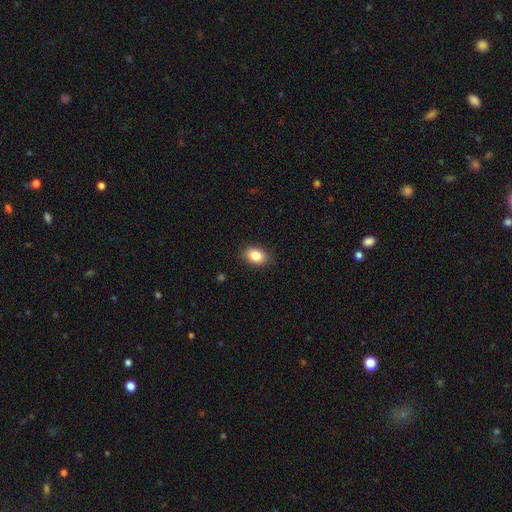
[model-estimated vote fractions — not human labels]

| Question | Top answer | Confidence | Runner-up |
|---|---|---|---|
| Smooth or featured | smooth | 85% | star or artifact (9%) |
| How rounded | in between | 77% | round (22%) |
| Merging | none | 87% | minor disturbance (9%) |